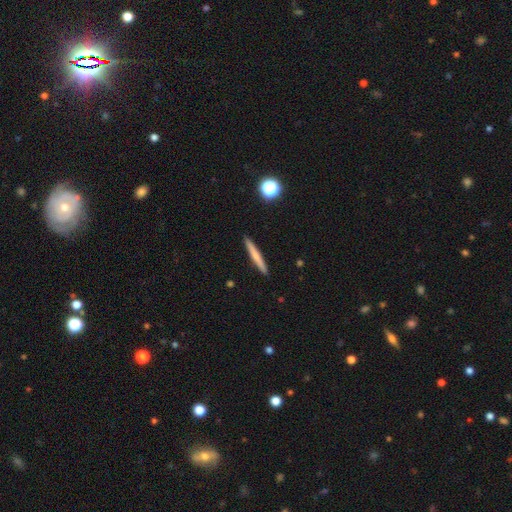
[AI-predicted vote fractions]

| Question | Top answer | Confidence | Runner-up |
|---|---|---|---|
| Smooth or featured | smooth | 62% | featured or disk (31%) |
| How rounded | cigar-shaped | 96% | in between (3%) |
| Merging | none | 92% | minor disturbance (6%) |